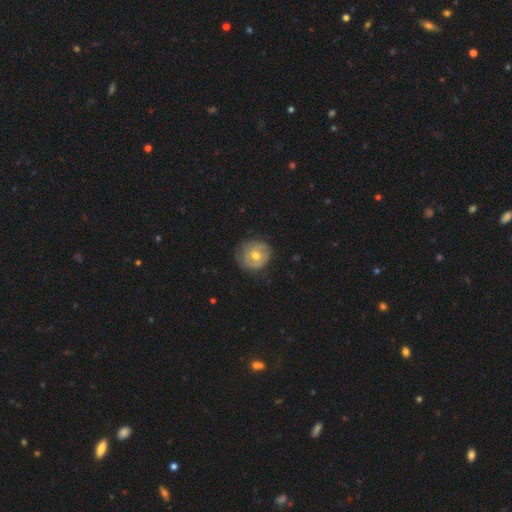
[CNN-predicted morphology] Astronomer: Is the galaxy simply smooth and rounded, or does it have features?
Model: featured or disk — 47%, tied with smooth at 47%.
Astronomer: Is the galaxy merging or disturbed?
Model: none — 67%.